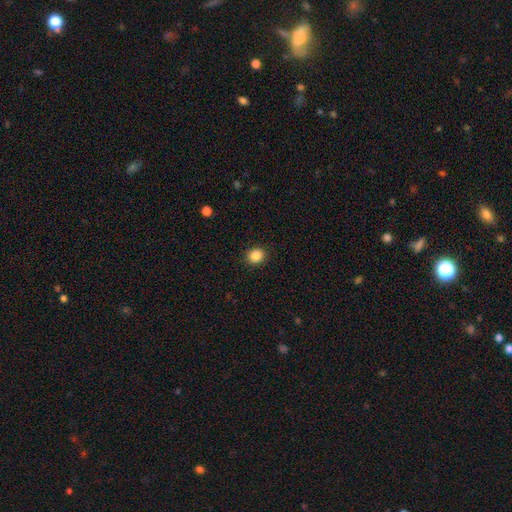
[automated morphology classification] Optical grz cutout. It shows a smooth galaxy with no disk features (87%) that is round (72%). Merging: none (91%).